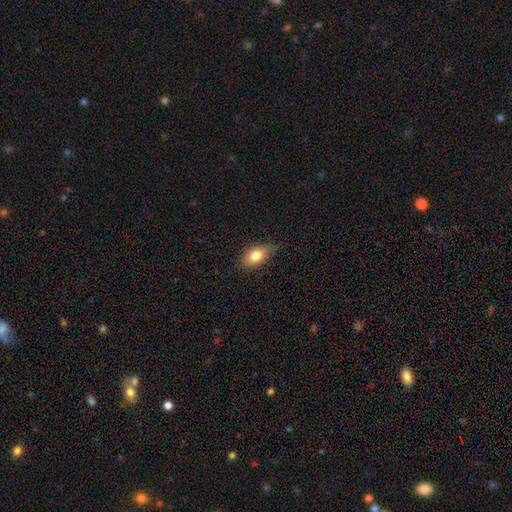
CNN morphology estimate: This appears to be a smooth galaxy with no disk features (79%) that is in between round and cigar-shaped (85%). Merging: none (68%).